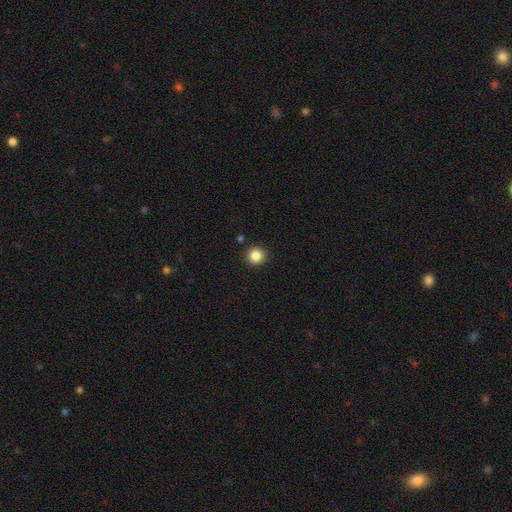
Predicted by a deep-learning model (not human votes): A smooth galaxy with no disk features (85%) that is round (94%).

Vote fractions:
- Smooth or featured? smooth: 85% / star or artifact: 11% / featured or disk: 4%
- How rounded? round: 94% / in between: 5% / cigar-shaped: 1%
- Merging? none: 92% / minor disturbance: 5% / major disturbance: 2% / merger: 1%